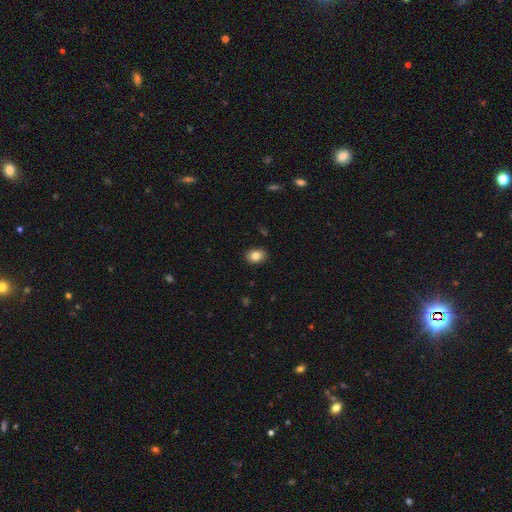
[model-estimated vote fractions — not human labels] smooth-or-featured: smooth: 84% | star or artifact: 9% | featured or disk: 8%
  how-rounded: in between: 69% | round: 30% | cigar-shaped: 1%
  merging: none: 89% | minor disturbance: 8% | major disturbance: 2% | merger: 1%